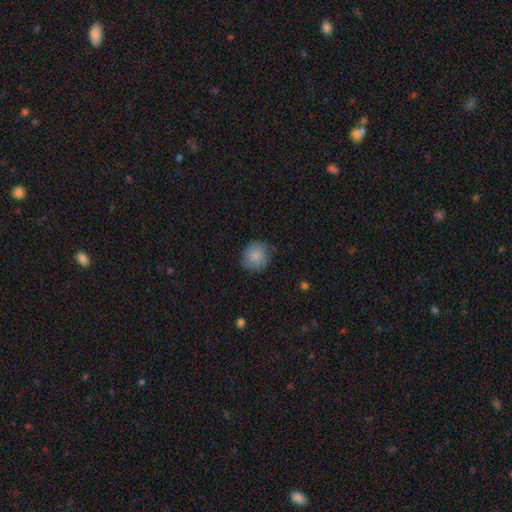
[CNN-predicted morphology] A smooth galaxy with no disk features (73%) that is round (83%).

Vote fractions:
- Smooth or featured? smooth: 73% / featured or disk: 20% / star or artifact: 7%
- How rounded? round: 83% / in between: 16% / cigar-shaped: 1%
- Merging? none: 72% / minor disturbance: 22% / major disturbance: 4% / merger: 1%